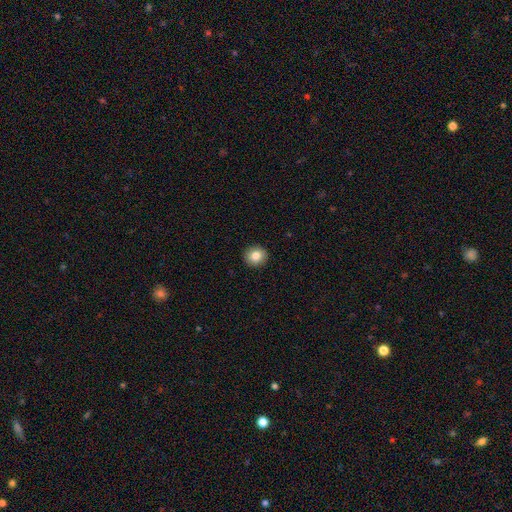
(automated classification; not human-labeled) A smooth galaxy with no disk features (83%) that is round (90%). Merging: none (93%).